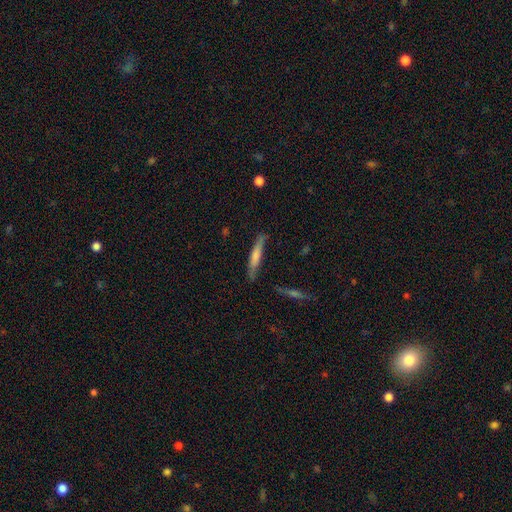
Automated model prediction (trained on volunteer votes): Overall: smooth (64%; featured or disk 30%). How rounded: cigar-shaped (91%). Merging: none (70%).